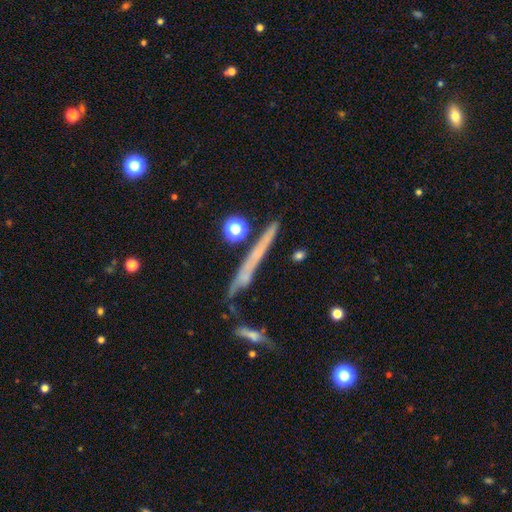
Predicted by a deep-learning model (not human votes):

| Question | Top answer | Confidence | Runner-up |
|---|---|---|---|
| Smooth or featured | featured or disk | 49% | smooth (40%) |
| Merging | none | 68% | minor disturbance (15%) |